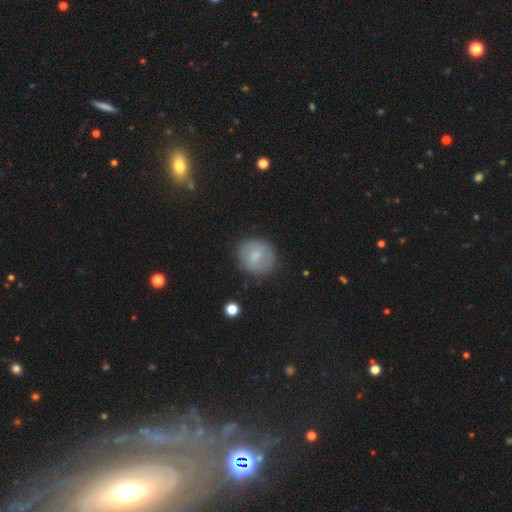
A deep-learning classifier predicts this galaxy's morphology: A smooth galaxy with no disk features (59%) that is round (77%).

Vote fractions:
- Smooth or featured? smooth: 59% / featured or disk: 33% / star or artifact: 7%
- How rounded? round: 77% / in between: 22% / cigar-shaped: 1%
- Merging? none: 80% / minor disturbance: 14% / major disturbance: 5% / merger: 2%